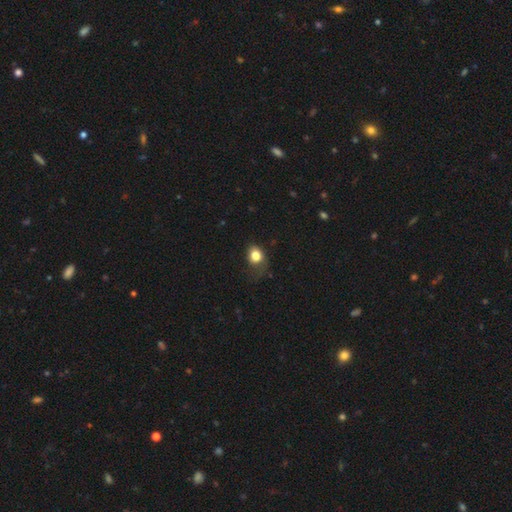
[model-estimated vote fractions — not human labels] Q: Smooth or featured?
A: smooth (82%); runner-up: star or artifact (10%)
Q: How rounded?
A: round (54%); runner-up: in between (45%)
Q: Merging?
A: none (42%); runner-up: minor disturbance (30%)